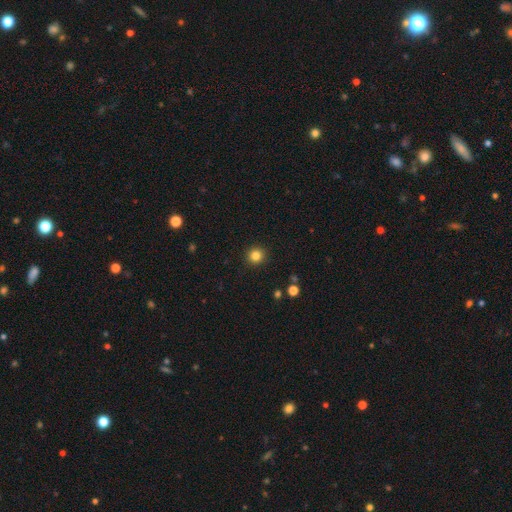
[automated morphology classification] Q: Smooth or featured?
A: smooth (83%); runner-up: star or artifact (12%)
Q: How rounded?
A: round (94%); runner-up: in between (5%)
Q: Merging?
A: none (92%); runner-up: minor disturbance (5%)